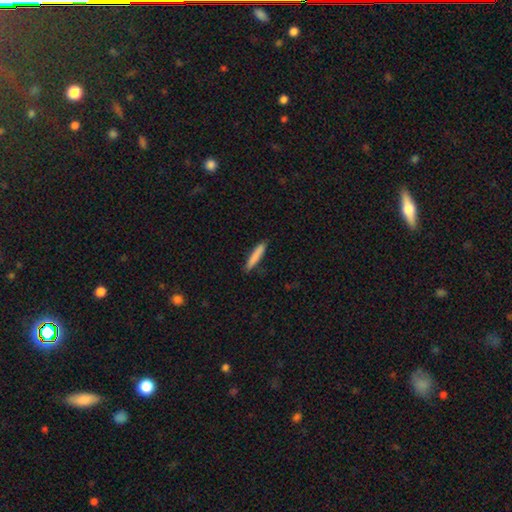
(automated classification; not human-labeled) smooth-or-featured: smooth: 85% | featured or disk: 9% | star or artifact: 6%
  how-rounded: cigar-shaped: 91% | in between: 8% | round: 1%
  merging: none: 87% | minor disturbance: 10% | major disturbance: 2% | merger: 1%